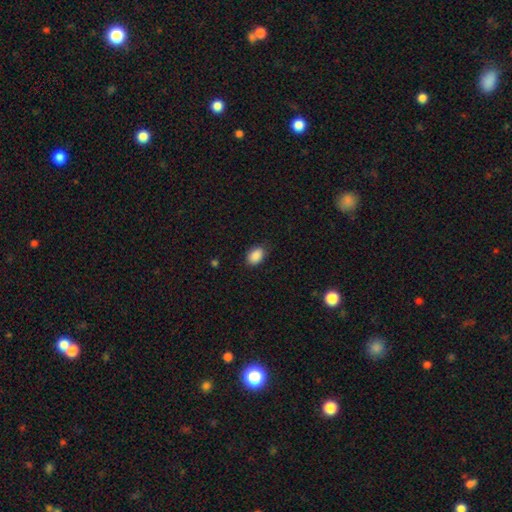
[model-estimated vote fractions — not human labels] smooth 89%, star or artifact 8%, featured or disk 3%. Down the decision tree: how rounded — in between (84%); merging — none (84%).